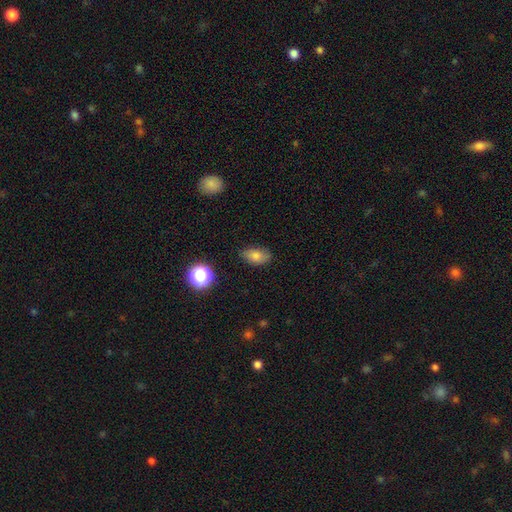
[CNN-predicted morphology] Smooth or featured? Predicted: smooth (p=0.78). How rounded? Predicted: in between (p=0.86). Merging? Predicted: none (p=0.77).